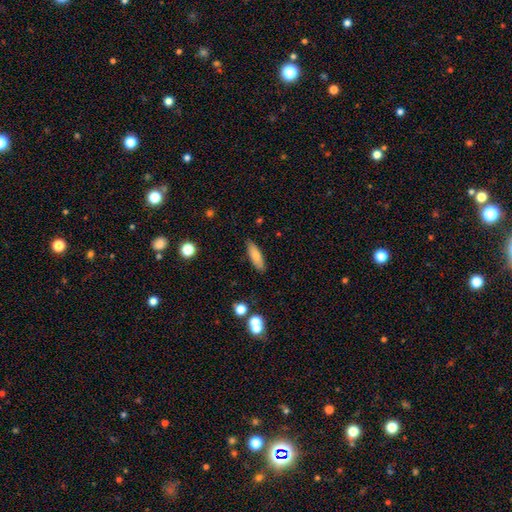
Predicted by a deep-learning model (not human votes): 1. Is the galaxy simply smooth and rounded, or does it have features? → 78% smooth, 15% featured or disk, 7% star or artifact.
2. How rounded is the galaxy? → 50% cigar-shaped, 48% in between, 2% round.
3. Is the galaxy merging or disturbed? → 86% none, 10% minor disturbance, 2% major disturbance, 2% merger.